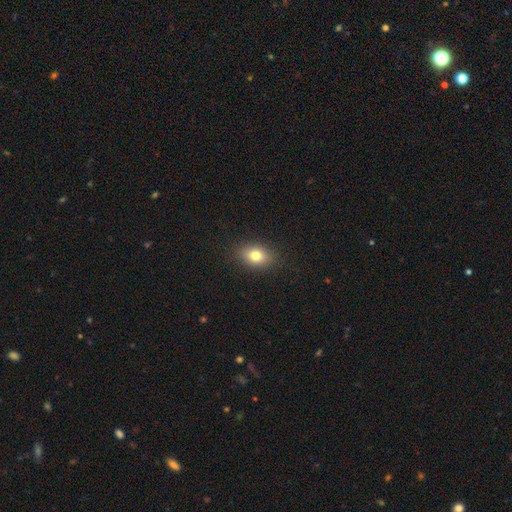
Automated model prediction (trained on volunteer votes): Smooth or featured? Predicted: smooth (p=0.78). How rounded? Predicted: in between (p=0.74). Merging? Predicted: none (p=0.88).